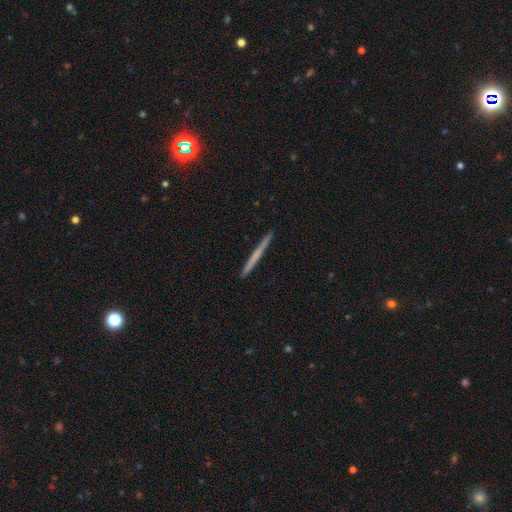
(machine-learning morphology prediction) smooth_or_featured: smooth (p=0.52) [alt: featured or disk p=0.43]
how_rounded: cigar-shaped (p=0.97) [alt: in between p=0.02]
merging: none (p=0.93) [alt: minor disturbance p=0.05]